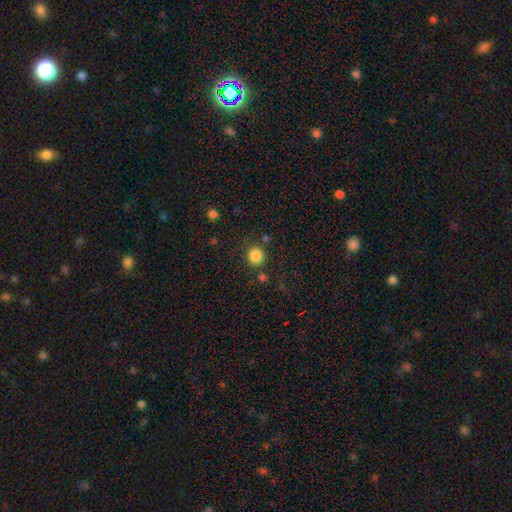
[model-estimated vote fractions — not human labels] A smooth galaxy with no disk features (85%) that is round (88%). Merging: none (83%).